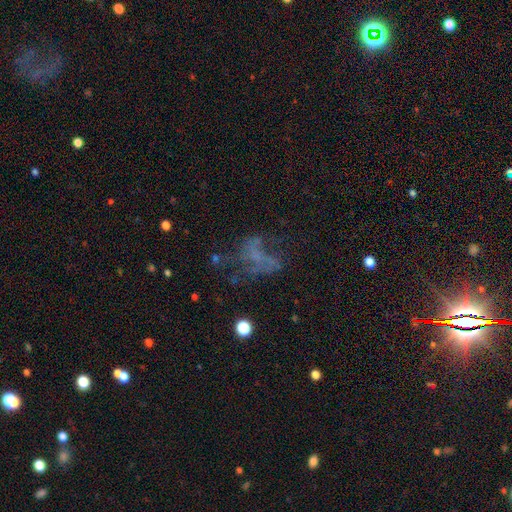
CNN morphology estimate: Smooth or featured? Predicted: featured or disk (p=0.50). Edge-on disk? Predicted: no (p=0.97). Merging? Predicted: major disturbance (p=0.39).